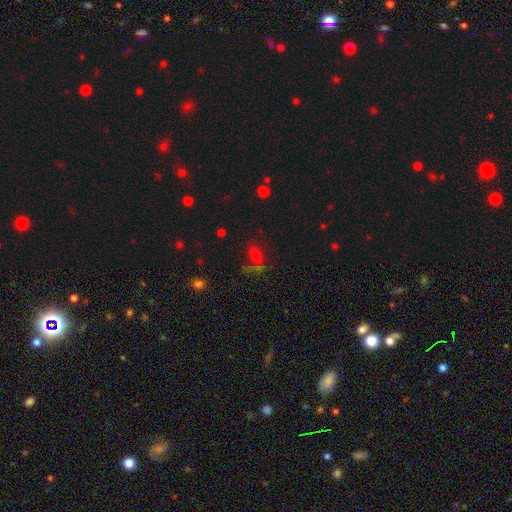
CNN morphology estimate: Smooth or featured? smooth (51%)
How rounded? in between (70%)
Merging? none (44%)